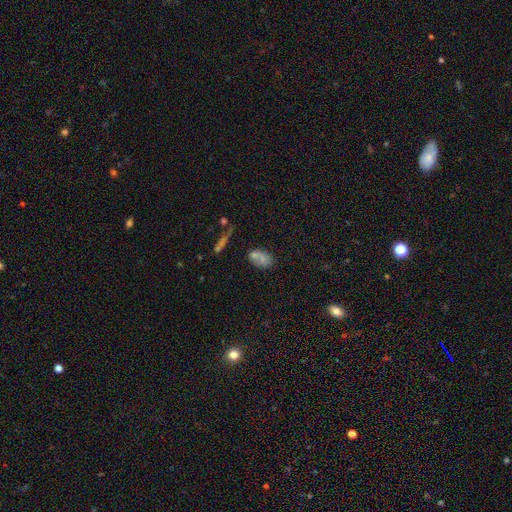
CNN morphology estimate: Smooth or featured? smooth (58%)
How rounded? in between (73%)
Merging? none (49%)